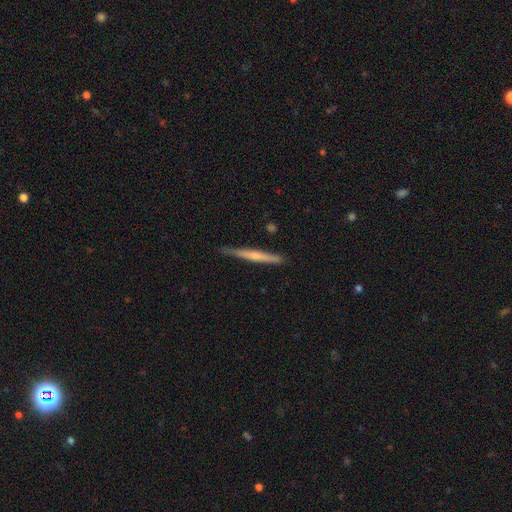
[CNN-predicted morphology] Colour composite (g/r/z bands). It shows a featured or disk galaxy (55%) viewed edge-on (97%) with a rounded central bulge (56%). Merging: none (85%).